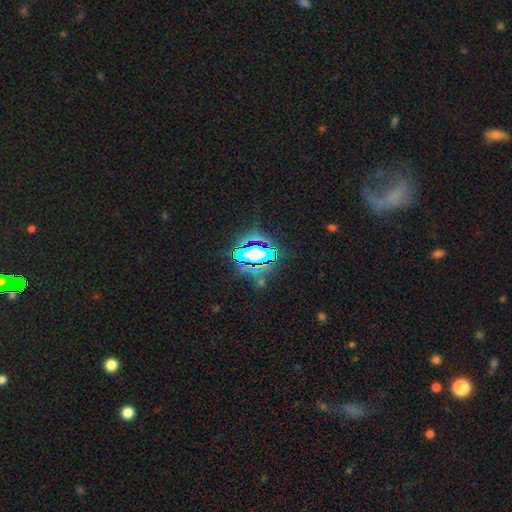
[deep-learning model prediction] Overall: star or artifact (64%).